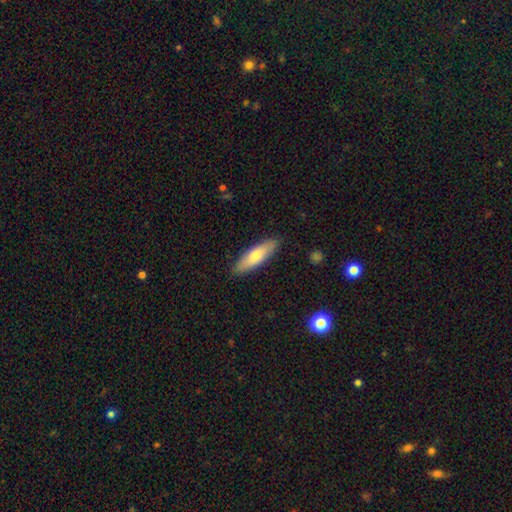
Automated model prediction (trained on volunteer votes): Q: Smooth or featured?
A: smooth (75%); runner-up: featured or disk (20%)
Q: How rounded?
A: cigar-shaped (57%); runner-up: in between (42%)
Q: Merging?
A: none (88%); runner-up: minor disturbance (9%)